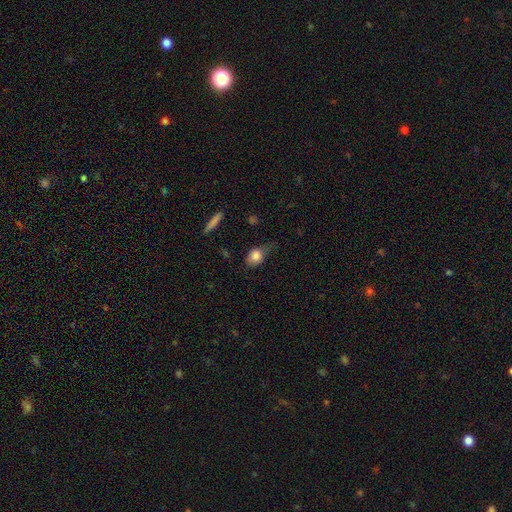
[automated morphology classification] type=smooth (81%); roundness=in between (57%); merging=none (39%, tied with minor disturbance).